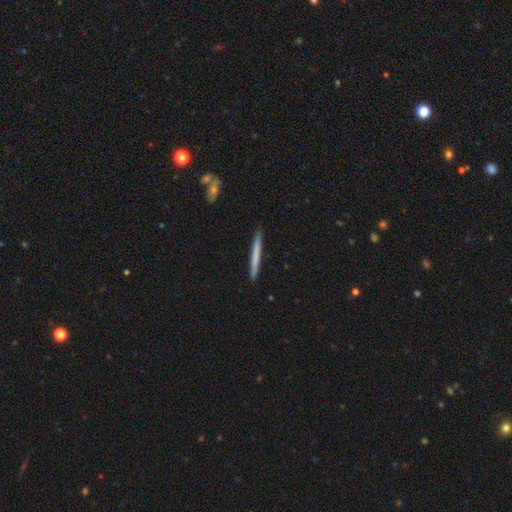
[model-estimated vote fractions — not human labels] Smooth or featured? smooth (65%)
How rounded? cigar-shaped (97%)
Merging? none (92%)